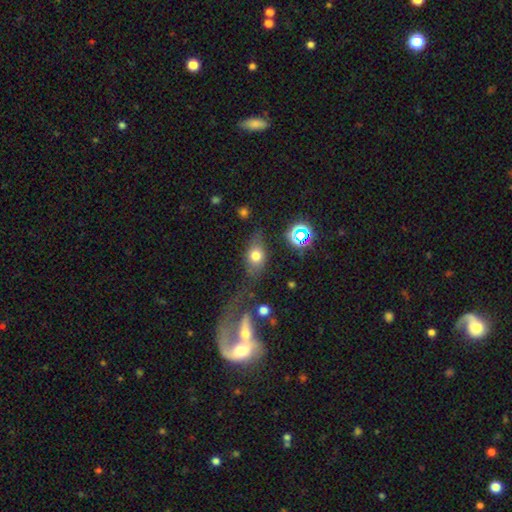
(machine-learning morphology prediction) Smooth or featured? Predicted: smooth (p=0.66). How rounded? Predicted: in between (p=0.67). Merging? Predicted: none (p=0.55).